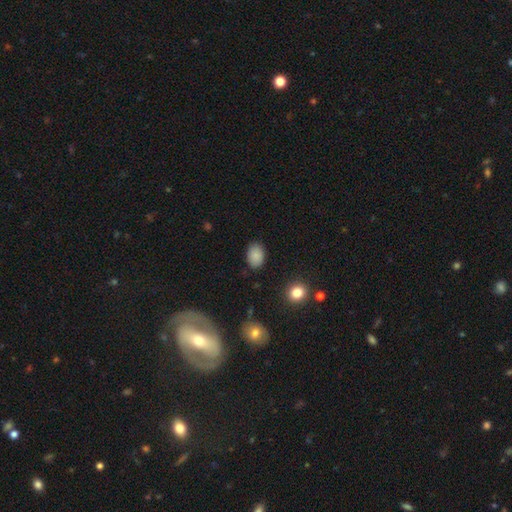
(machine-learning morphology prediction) A smooth galaxy with no disk features (87%) that is in between round and cigar-shaped (81%).

Vote fractions:
- Smooth or featured? smooth: 87% / star or artifact: 8% / featured or disk: 5%
- How rounded? in between: 81% / round: 18% / cigar-shaped: 1%
- Merging? none: 86% / minor disturbance: 11% / major disturbance: 3% / merger: 1%